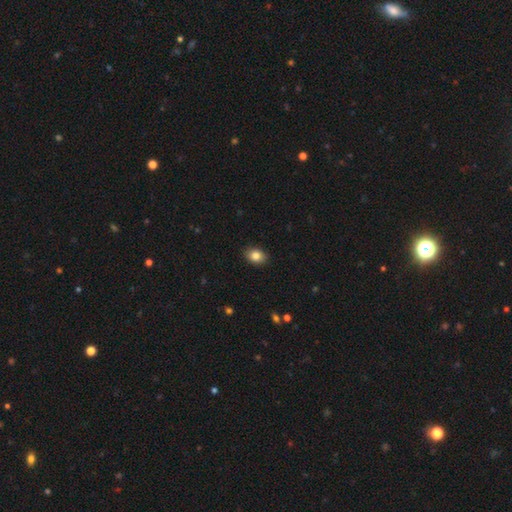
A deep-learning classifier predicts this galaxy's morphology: This is clearly a smooth galaxy (84%). How rounded: likely in between (74%). Merging: clearly none (89%).